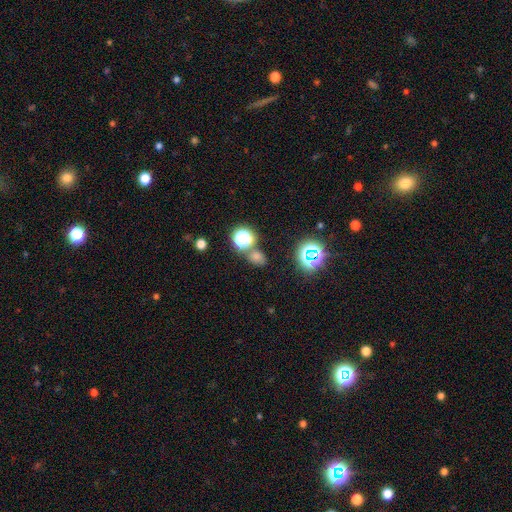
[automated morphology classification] A star or artifact, not a galaxy (49%).

Vote fractions:
- Smooth or featured? star or artifact: 49% / smooth: 43% / featured or disk: 8%